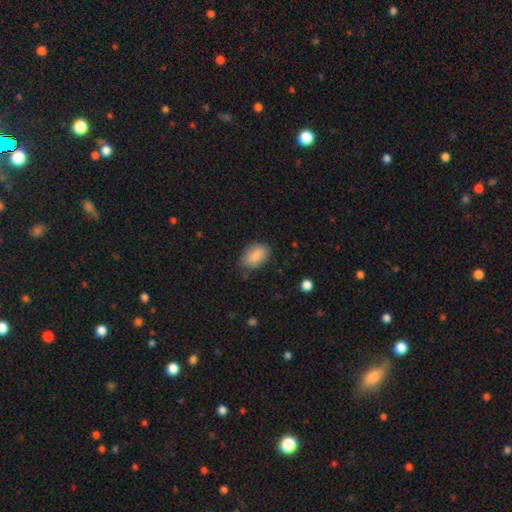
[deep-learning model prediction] Q: Smooth or featured?
A: smooth (88%); runner-up: star or artifact (7%)
Q: How rounded?
A: in between (91%); runner-up: round (7%)
Q: Merging?
A: none (79%); runner-up: minor disturbance (16%)